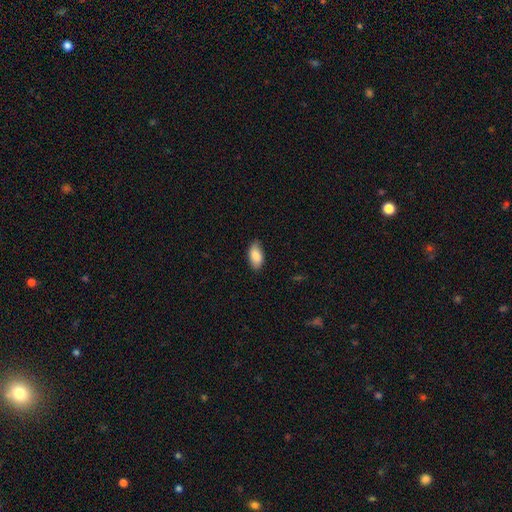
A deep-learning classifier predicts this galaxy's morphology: The model was most divided on "merging": none: 84%, minor disturbance: 13%, major disturbance: 2%, merger: 1%. More confident: how rounded — in between (93%); smooth or featured — smooth (87%).